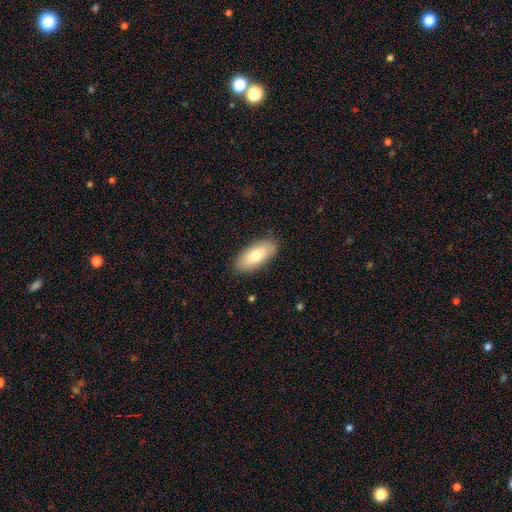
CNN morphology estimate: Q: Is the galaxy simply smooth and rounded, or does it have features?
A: smooth — 75%.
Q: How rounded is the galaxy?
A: in between — 88%.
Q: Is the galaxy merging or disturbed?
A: none — 88%.